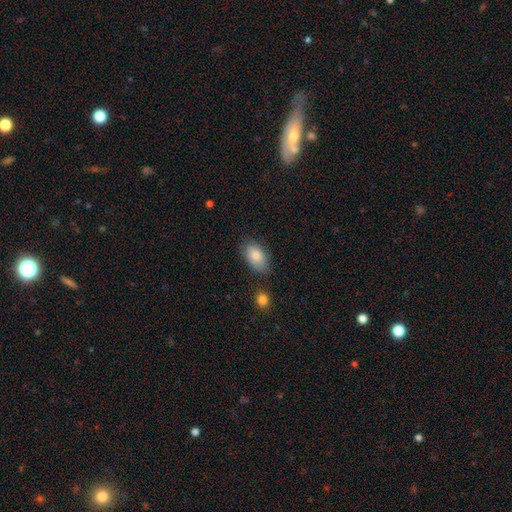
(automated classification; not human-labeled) Q: Smooth or featured?
A: smooth (82%); runner-up: featured or disk (11%)
Q: How rounded?
A: in between (93%); runner-up: round (6%)
Q: Merging?
A: none (73%); runner-up: minor disturbance (20%)